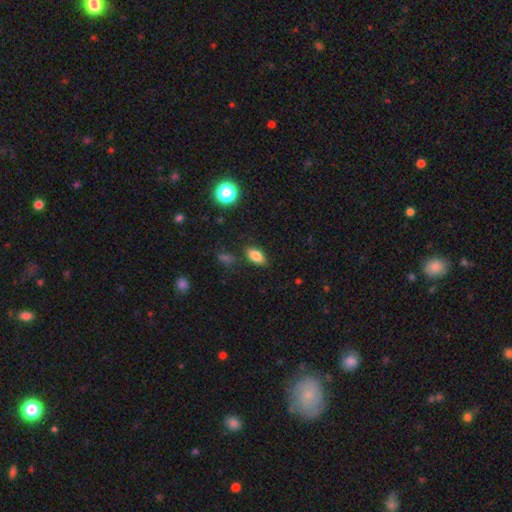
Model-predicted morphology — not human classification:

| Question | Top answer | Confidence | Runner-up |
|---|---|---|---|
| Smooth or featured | smooth | 82% | star or artifact (10%) |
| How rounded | in between | 87% | cigar-shaped (7%) |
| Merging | none | 84% | minor disturbance (11%) |